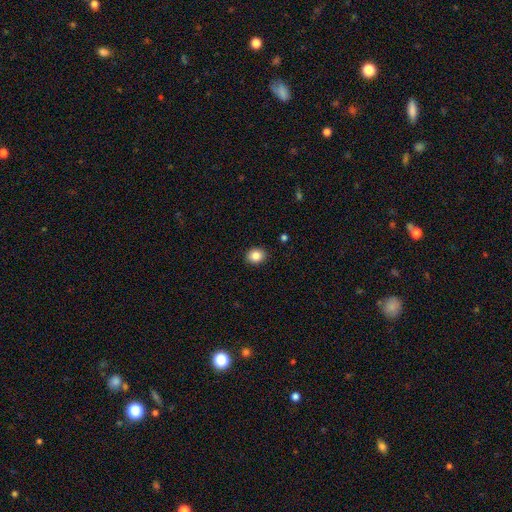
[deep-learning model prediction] Smooth or featured?
  - smooth: 85% *
  - star or artifact: 10%
  - featured or disk: 6%
How rounded?
  - round: 69% *
  - in between: 31%
  - cigar-shaped: 1%
Merging?
  - none: 91% *
  - minor disturbance: 6%
  - major disturbance: 2%
  - merger: 1%